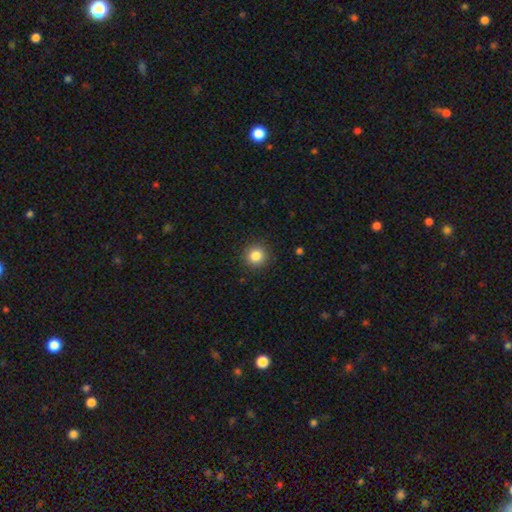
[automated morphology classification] Overall: smooth (84%). How rounded: round (93%). Merging: none (91%).